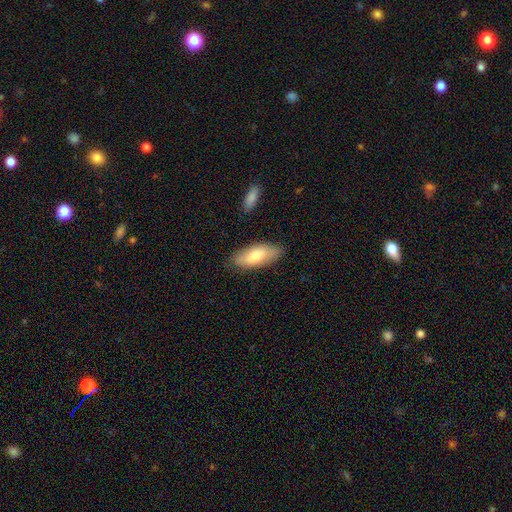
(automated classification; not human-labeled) smooth 72%, featured or disk 22%, star or artifact 6%. Down the decision tree: how rounded — in between (82%); merging — none (84%).